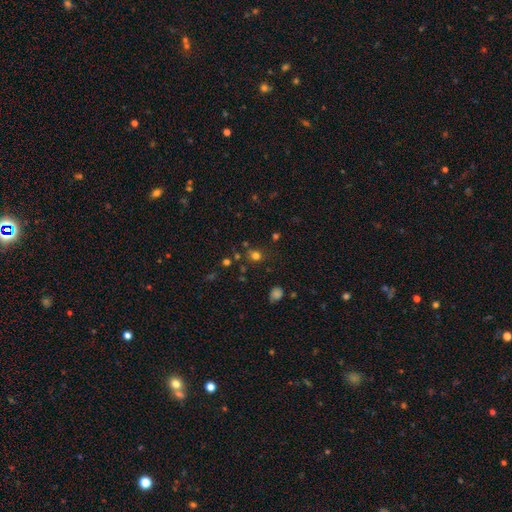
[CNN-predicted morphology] A smooth galaxy with no disk features (71%) that is round (80%).

Vote fractions:
- Smooth or featured? smooth: 71% / star or artifact: 22% / featured or disk: 7%
- How rounded? round: 80% / in between: 19% / cigar-shaped: 1%
- Merging? none: 75% / minor disturbance: 13% / merger: 7% / major disturbance: 5%